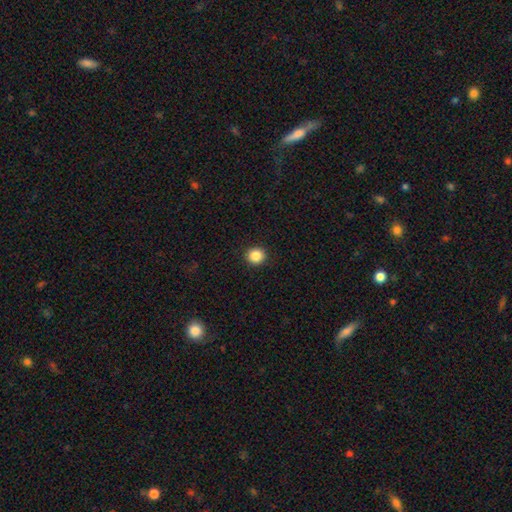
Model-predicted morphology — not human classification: Smooth or featured? Predicted: smooth (p=0.87). How rounded? Predicted: round (p=0.92). Merging? Predicted: none (p=0.93).